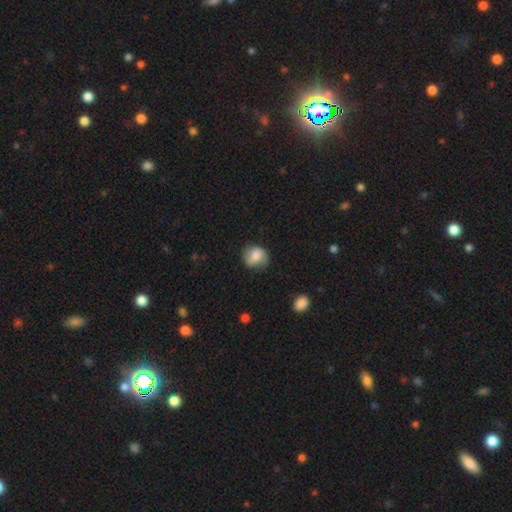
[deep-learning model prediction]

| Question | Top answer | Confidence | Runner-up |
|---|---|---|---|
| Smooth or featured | smooth | 65% | featured or disk (27%) |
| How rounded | round | 71% | in between (28%) |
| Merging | none | 68% | minor disturbance (24%) |